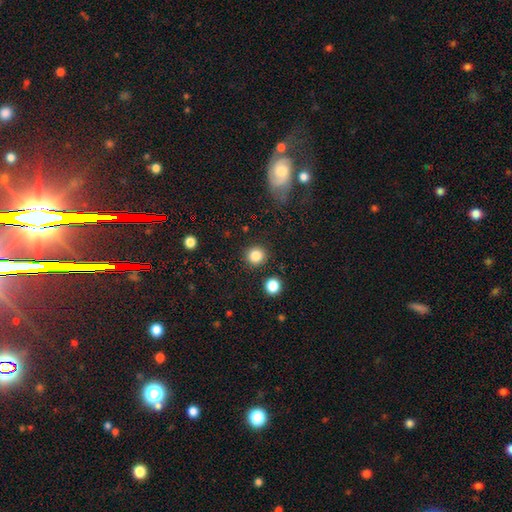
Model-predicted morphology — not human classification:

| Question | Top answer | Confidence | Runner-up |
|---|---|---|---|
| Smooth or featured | smooth | 84% | star or artifact (11%) |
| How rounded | round | 92% | in between (7%) |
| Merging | none | 90% | minor disturbance (6%) |